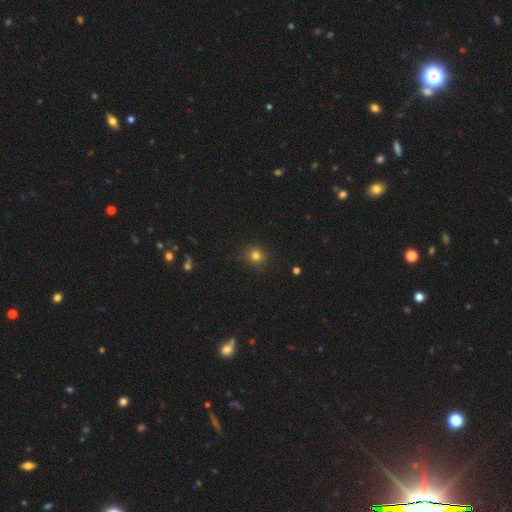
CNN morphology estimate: A smooth galaxy with no disk features (78%) that is round (87%).

Vote fractions:
- Smooth or featured? smooth: 78% / star or artifact: 16% / featured or disk: 6%
- How rounded? round: 87% / in between: 12% / cigar-shaped: 1%
- Merging? none: 88% / minor disturbance: 9% / major disturbance: 2% / merger: 1%